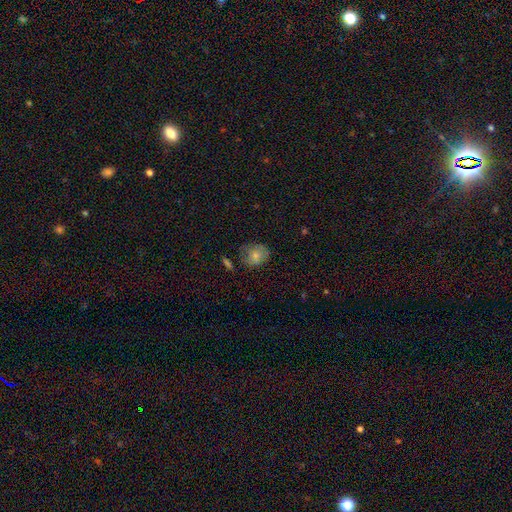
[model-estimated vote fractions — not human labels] Smooth or featured?
  - smooth: 74% *
  - featured or disk: 17%
  - star or artifact: 9%
How rounded?
  - round: 56% *
  - in between: 43%
  - cigar-shaped: 1%
Merging?
  - none: 59% *
  - minor disturbance: 28%
  - major disturbance: 10%
  - merger: 3%